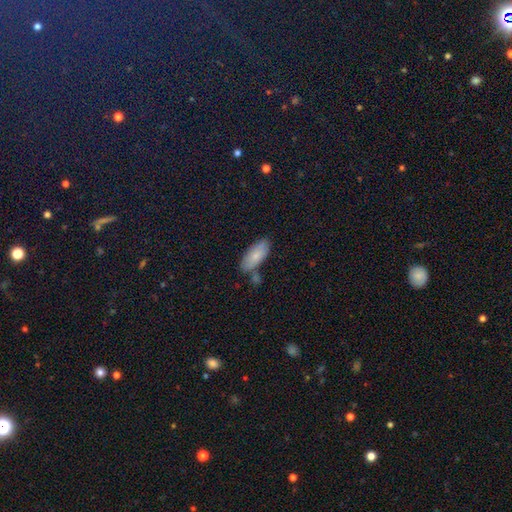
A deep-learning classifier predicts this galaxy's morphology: Q: Smooth or featured?
A: smooth (81%); runner-up: featured or disk (13%)
Q: How rounded?
A: in between (83%); runner-up: cigar-shaped (15%)
Q: Merging?
A: none (69%); runner-up: minor disturbance (16%)